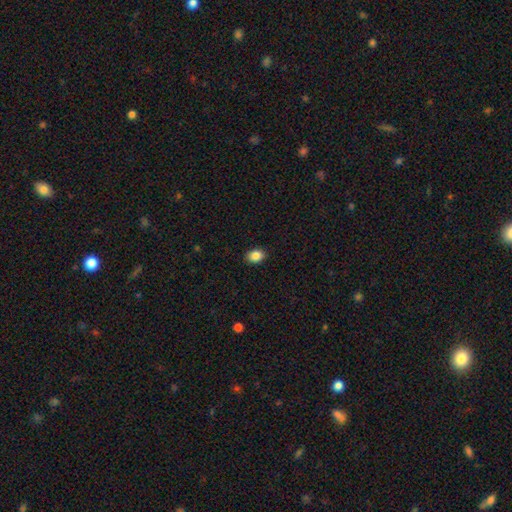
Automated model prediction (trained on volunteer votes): Morphology: type=smooth (87%); roundness=in between (72%); merging=none (90%).